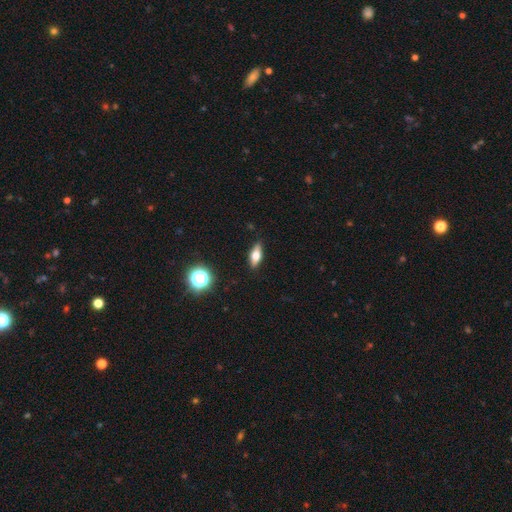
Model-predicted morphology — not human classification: Smooth or featured?
  - smooth: 55% *
  - featured or disk: 35%
  - star or artifact: 10%
How rounded?
  - in between: 65% *
  - cigar-shaped: 29%
  - round: 6%
Merging?
  - none: 87% *
  - minor disturbance: 10%
  - major disturbance: 2%
  - merger: 1%